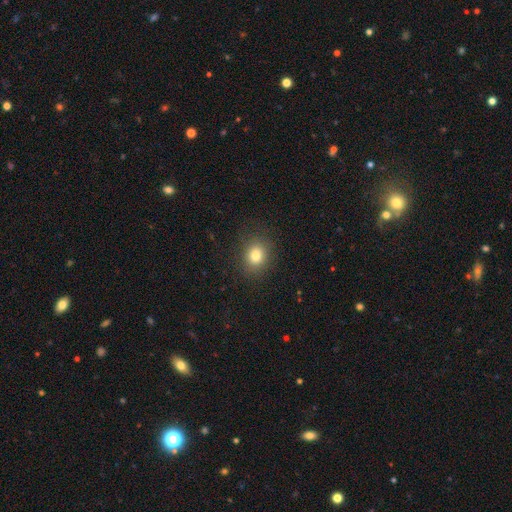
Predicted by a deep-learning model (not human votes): Smooth or featured? Predicted: smooth (p=0.79). How rounded? Predicted: round (p=0.65). Merging? Predicted: none (p=0.86).